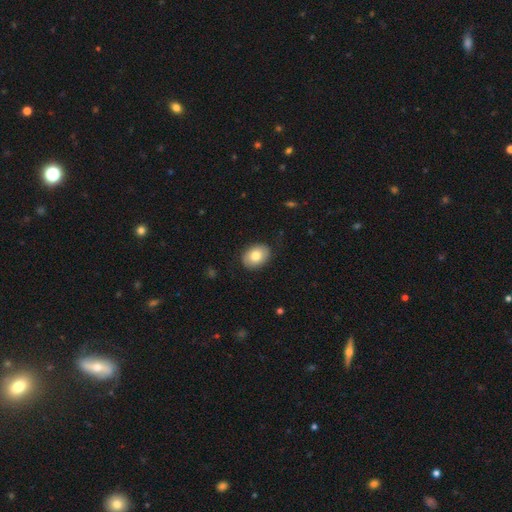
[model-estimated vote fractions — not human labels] Overall: smooth (78%). How rounded: in between (71%). Merging: none (84%).